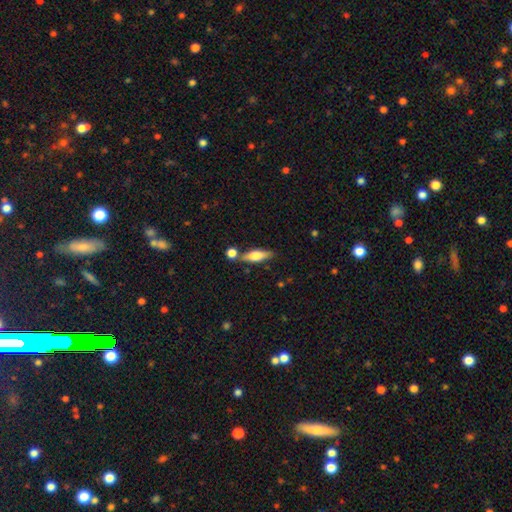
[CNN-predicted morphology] smooth_or_featured: smooth (p=0.62) [alt: featured or disk p=0.31]
how_rounded: in between (p=0.52) [alt: cigar-shaped p=0.45]
merging: none (p=0.67) [alt: merger p=0.16]